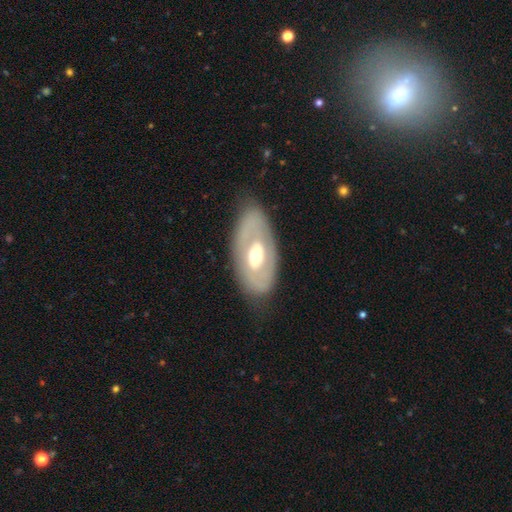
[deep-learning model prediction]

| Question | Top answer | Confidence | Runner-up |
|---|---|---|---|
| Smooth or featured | featured or disk | 64% | smooth (30%) |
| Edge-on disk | no | 88% | yes (12%) |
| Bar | no | 61% | weak (27%) |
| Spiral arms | no | 68% | yes (32%) |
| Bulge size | moderate | 72% | small (13%) |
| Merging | none | 78% | minor disturbance (15%) |